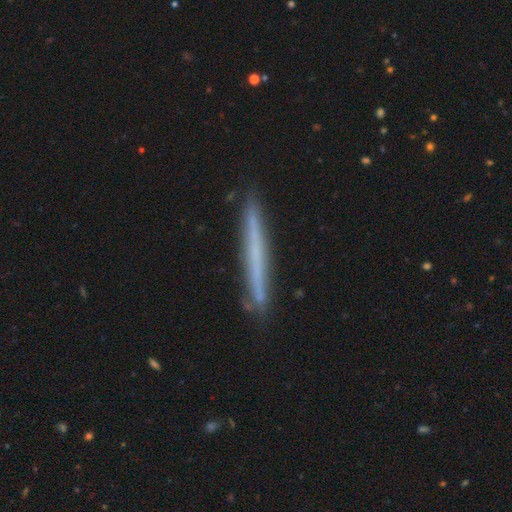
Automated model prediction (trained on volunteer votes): The model was most divided on "smooth or featured" (2-way tie): featured or disk: 47%, smooth: 47%, star or artifact: 7%. More confident: merging — none (89%).